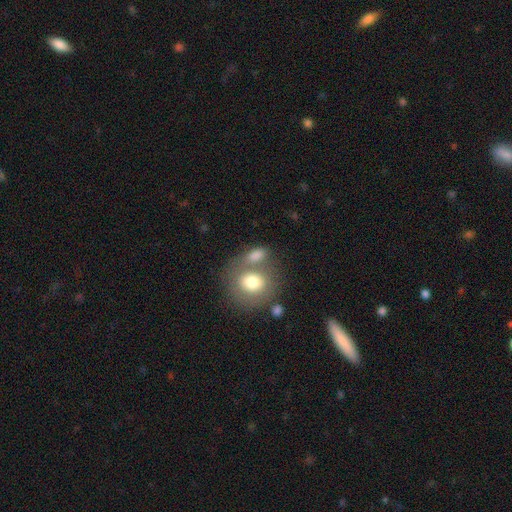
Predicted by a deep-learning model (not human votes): Smooth or featured: smooth — 77% (featured or disk — 14%)
How rounded: in between — 58% (round — 39%)
Merging: none — 43% (merger — 37%)